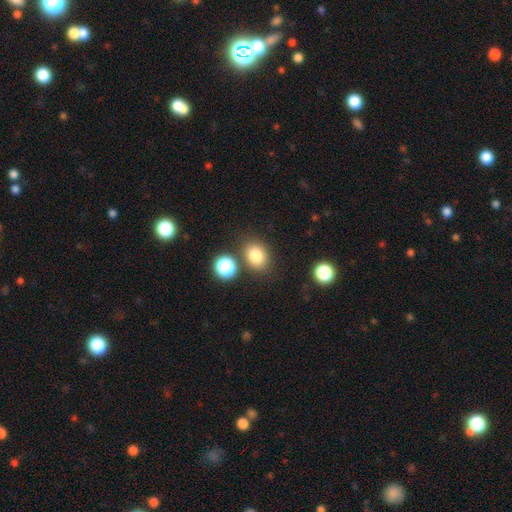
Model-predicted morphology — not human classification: A smooth galaxy with no disk features (81%) that is in between round and cigar-shaped (52%).

Vote fractions:
- Smooth or featured? smooth: 81% / star or artifact: 12% / featured or disk: 7%
- How rounded? in between: 52% / round: 47% / cigar-shaped: 1%
- Merging? none: 78% / minor disturbance: 10% / merger: 8% / major disturbance: 3%